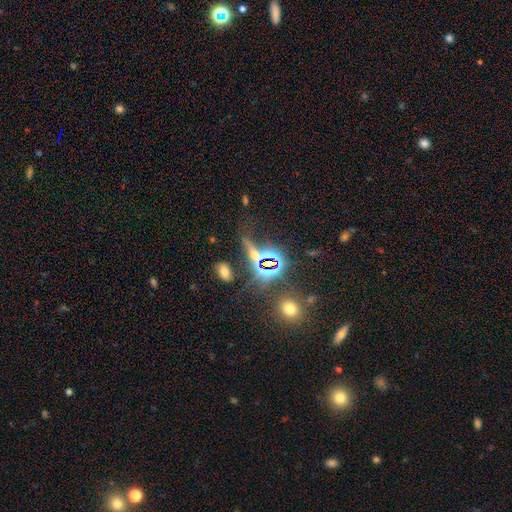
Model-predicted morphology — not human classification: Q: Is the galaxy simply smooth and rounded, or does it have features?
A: star or artifact — 57%.